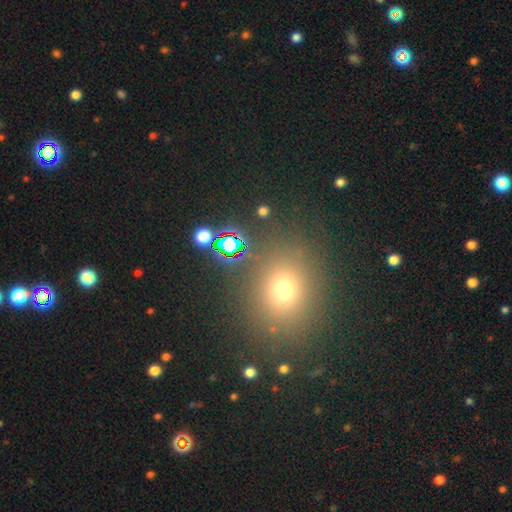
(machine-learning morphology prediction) The model was most divided on "how rounded": round: 60%, in between: 39%, cigar-shaped: 2%. More confident: merging — none (86%); smooth or featured — smooth (57%).